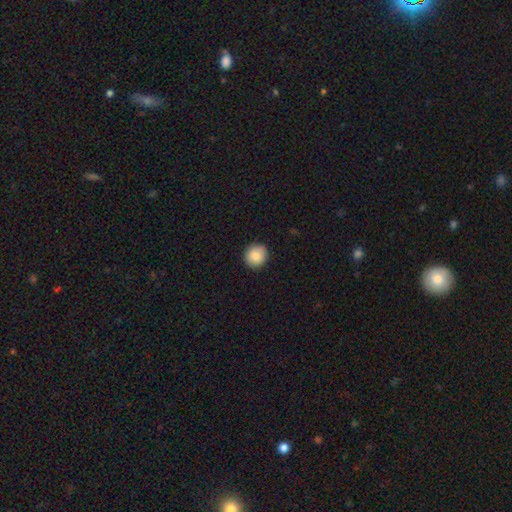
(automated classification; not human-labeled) Smooth or featured: smooth — 84% (star or artifact — 8%)
How rounded: round — 90% (in between — 9%)
Merging: none — 91% (minor disturbance — 6%)